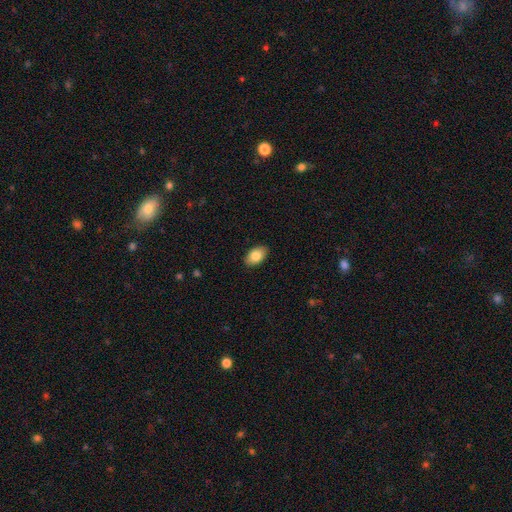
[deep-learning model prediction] This is clearly a smooth galaxy (84%). How rounded: clearly in between (92%). Merging: clearly none (89%).